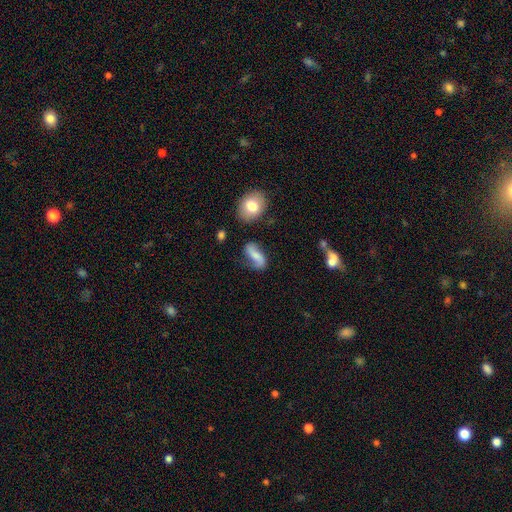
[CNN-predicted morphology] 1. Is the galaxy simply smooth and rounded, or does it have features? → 46% featured or disk, 45% smooth, 9% star or artifact.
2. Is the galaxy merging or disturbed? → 62% none, 23% minor disturbance, 10% major disturbance, 5% merger.